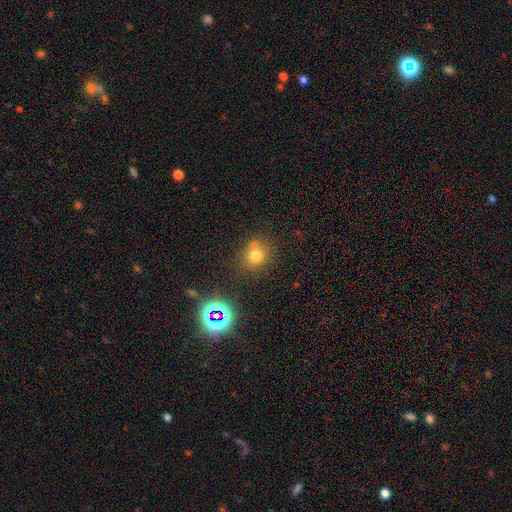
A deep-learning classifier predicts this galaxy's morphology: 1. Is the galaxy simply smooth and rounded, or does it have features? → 71% smooth, 18% star or artifact, 11% featured or disk.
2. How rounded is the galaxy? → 81% round, 18% in between, 1% cigar-shaped.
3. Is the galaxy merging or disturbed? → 60% none, 21% merger, 13% minor disturbance, 5% major disturbance.